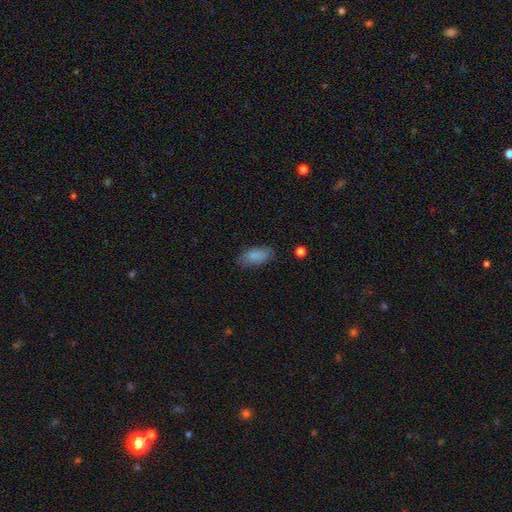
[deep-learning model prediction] Overall: smooth (86%). How rounded: in between (88%). Merging: none (78%).